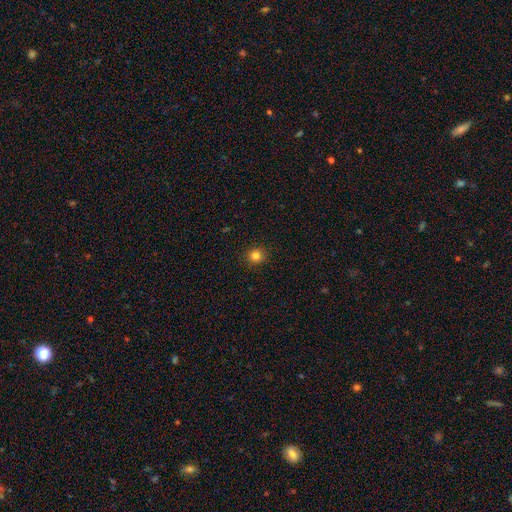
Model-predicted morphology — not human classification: type=smooth (83%); roundness=round (91%); merging=none (92%).